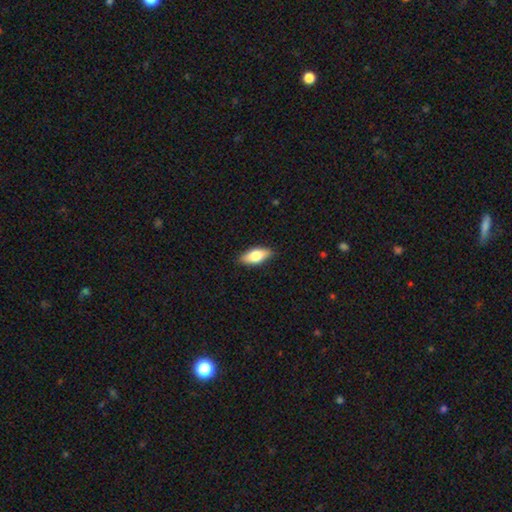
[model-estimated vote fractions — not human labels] smooth 71%, featured or disk 23%, star or artifact 6%. Down the decision tree: how rounded — in between (83%); merging — none (87%).